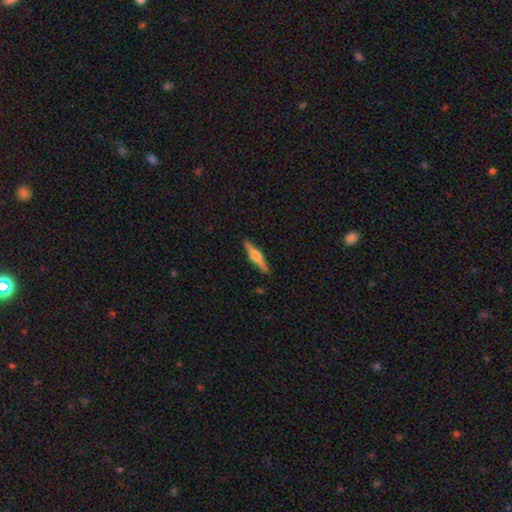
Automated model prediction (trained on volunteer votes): smooth-or-featured: featured or disk: 66% | smooth: 28% | star or artifact: 5%
  disk-edge-on: yes: 97% | no: 3%
    edge-on-bulge: rounded: 93% | boxy: 5% | none: 2%
  merging: none: 90% | minor disturbance: 7% | major disturbance: 2% | merger: 1%